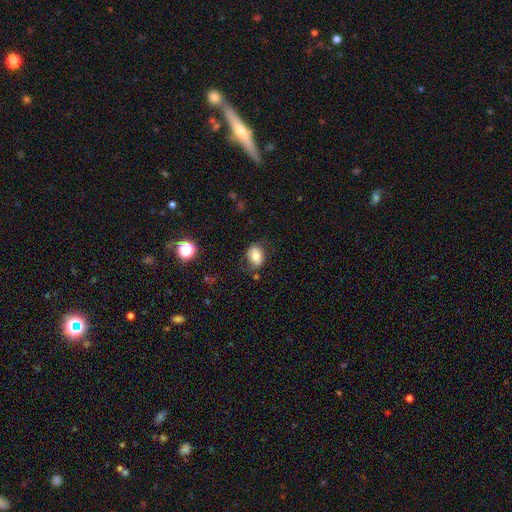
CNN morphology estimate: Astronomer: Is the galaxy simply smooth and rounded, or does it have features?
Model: smooth — 75%.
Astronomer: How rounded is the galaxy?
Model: in between — 63%.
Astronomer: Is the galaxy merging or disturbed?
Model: none — 69%.